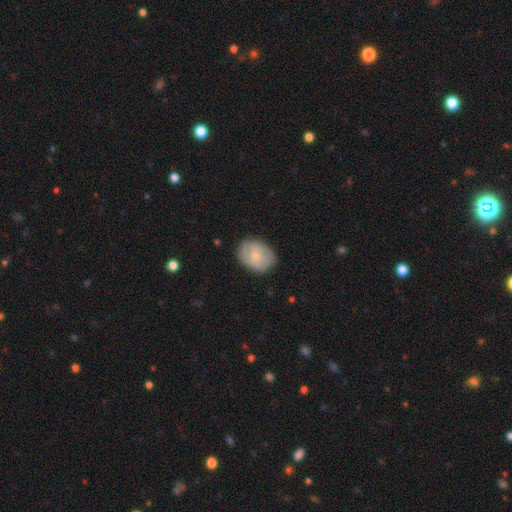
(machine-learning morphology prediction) Overall: smooth (62%; featured or disk 32%). How rounded: in between (57%; round 42%). Merging: none (79%).